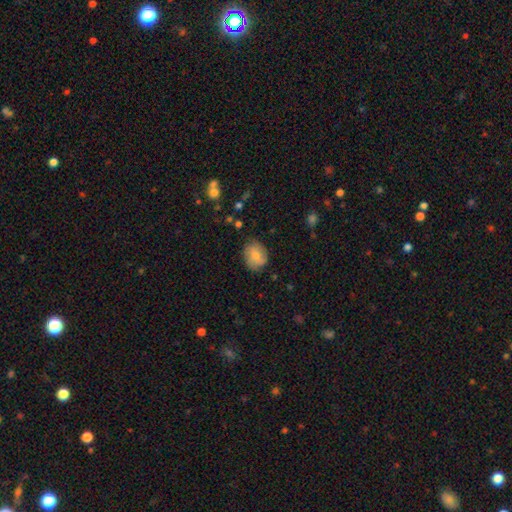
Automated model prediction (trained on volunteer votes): A smooth galaxy with no disk features (70%) that is in between round and cigar-shaped (51%). Merging: none (75%).